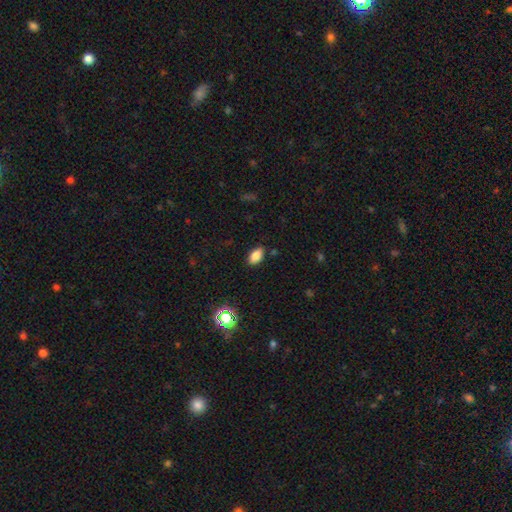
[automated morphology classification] smooth 84%, star or artifact 11%, featured or disk 6%. Down the decision tree: how rounded — in between (91%); merging — none (86%).